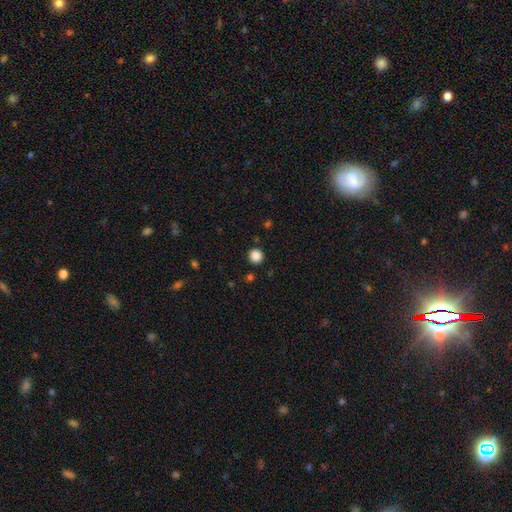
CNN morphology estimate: Overall: smooth (87%). How rounded: round (94%). Merging: none (91%).